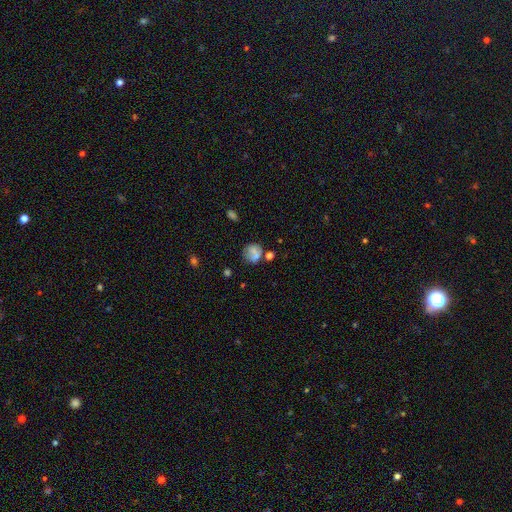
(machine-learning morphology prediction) This appears to be a smooth galaxy with no disk features (67%) that is round (77%). Merging: none (53%).